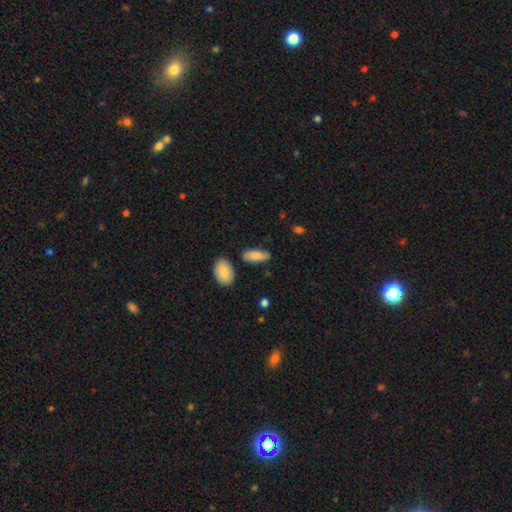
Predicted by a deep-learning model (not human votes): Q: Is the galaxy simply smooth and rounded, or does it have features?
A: smooth — 82%.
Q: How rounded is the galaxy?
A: in between — 83%.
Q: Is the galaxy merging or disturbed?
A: none — 75%.